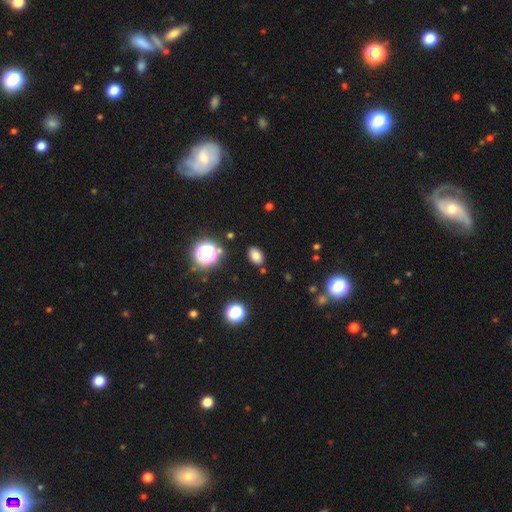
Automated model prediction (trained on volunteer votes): Overall: smooth (78%). How rounded: in between (81%). Merging: none (86%).